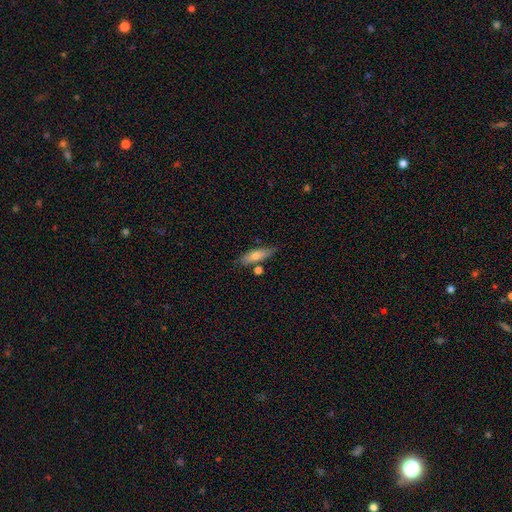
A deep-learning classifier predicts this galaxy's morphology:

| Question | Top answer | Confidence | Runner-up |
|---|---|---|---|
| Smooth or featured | smooth | 65% | featured or disk (28%) |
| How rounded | cigar-shaped | 62% | in between (36%) |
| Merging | none | 77% | minor disturbance (13%) |